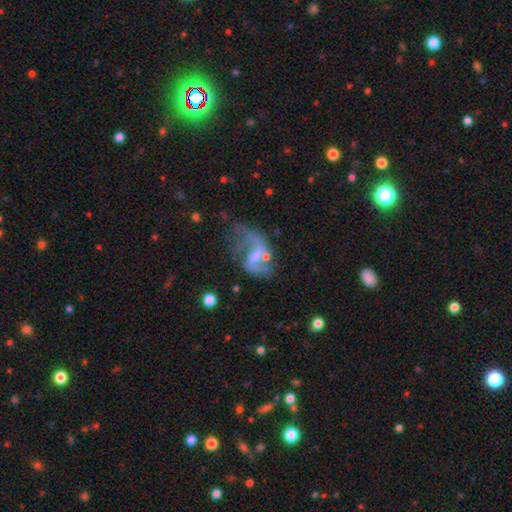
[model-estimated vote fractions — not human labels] smooth-or-featured: featured or disk: 70% | smooth: 19% | star or artifact: 12%
  disk-edge-on: no: 97% | yes: 3%
    bar: weak: 46% | no: 39% | strong: 15%
    has-spiral-arms: yes: 70% | no: 30%
    bulge-size: small: 36% | none: 35% | moderate: 25% | large: 4% | dominant: 1%
  merging: major disturbance: 39% | none: 30% | minor disturbance: 19% | merger: 11%